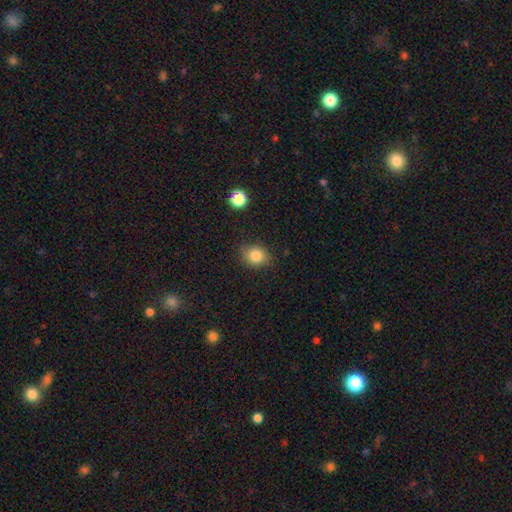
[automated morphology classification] smooth 83%, star or artifact 11%, featured or disk 6%. Down the decision tree: how rounded — round (65%); merging — none (82%).